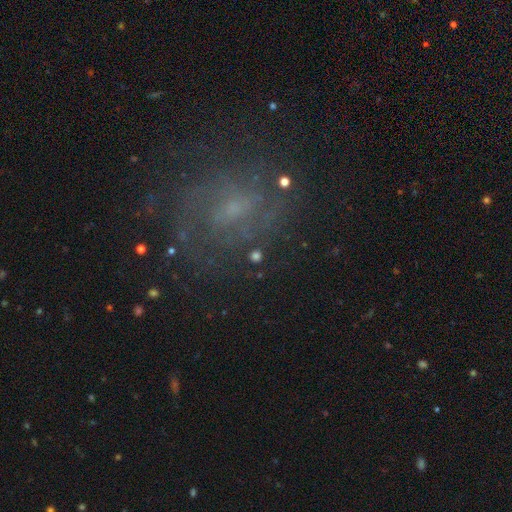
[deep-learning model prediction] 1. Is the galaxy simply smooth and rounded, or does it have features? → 44% featured or disk, 31% smooth, 25% star or artifact.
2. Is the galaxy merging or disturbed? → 72% none, 14% minor disturbance, 10% major disturbance, 4% merger.